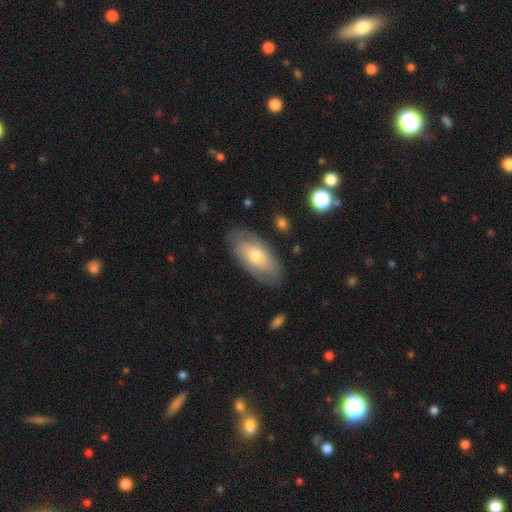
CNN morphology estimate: A smooth galaxy with no disk features (58%) that is in between round and cigar-shaped (91%). Merging: none (79%).